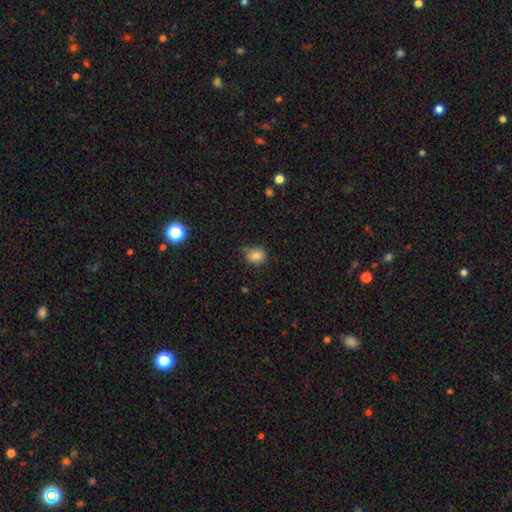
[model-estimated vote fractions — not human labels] This is clearly a smooth galaxy (82%). How rounded: likely round (70%). Merging: likely none (73%).